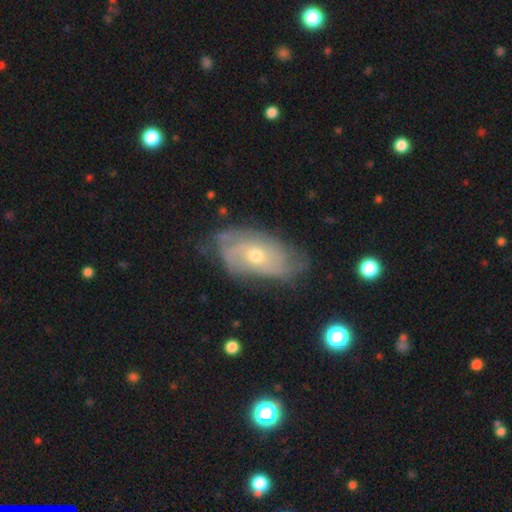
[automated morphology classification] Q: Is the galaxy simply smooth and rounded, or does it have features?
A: featured or disk — 69%.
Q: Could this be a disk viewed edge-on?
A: no — 92%.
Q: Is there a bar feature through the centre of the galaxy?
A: no — 79%.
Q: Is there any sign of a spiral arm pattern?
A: yes — 78%.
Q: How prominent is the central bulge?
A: moderate — 51%.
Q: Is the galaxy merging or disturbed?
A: none — 56%.